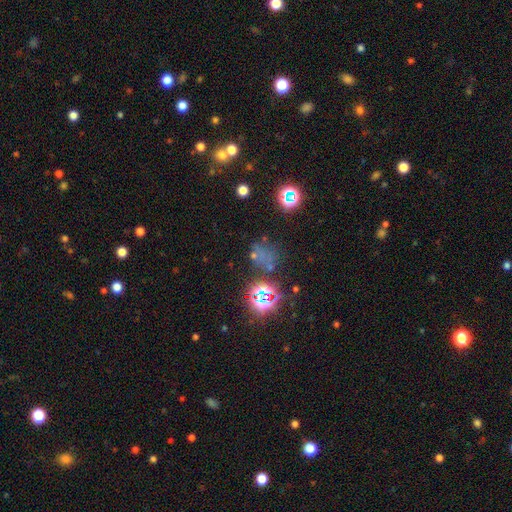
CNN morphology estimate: This appears to be a star or artifact, not a galaxy (55%).